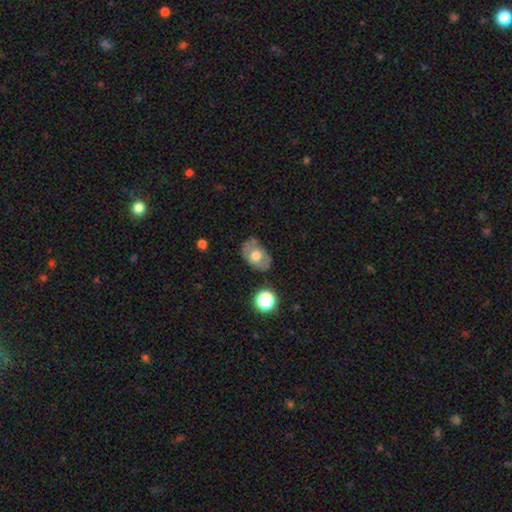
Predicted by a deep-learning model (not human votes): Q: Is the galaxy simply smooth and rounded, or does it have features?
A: smooth — 58%.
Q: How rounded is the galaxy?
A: in between — 81%.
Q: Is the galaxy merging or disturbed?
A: none — 70%.